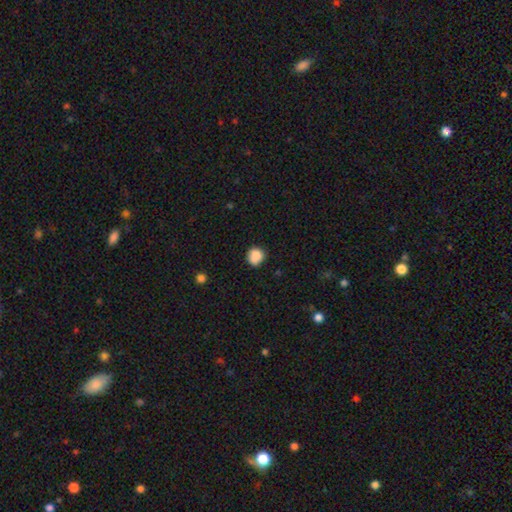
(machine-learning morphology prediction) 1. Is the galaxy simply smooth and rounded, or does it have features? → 83% smooth, 10% star or artifact, 8% featured or disk.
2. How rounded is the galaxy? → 82% round, 17% in between, 1% cigar-shaped.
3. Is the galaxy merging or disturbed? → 62% none, 24% minor disturbance, 9% merger, 5% major disturbance.